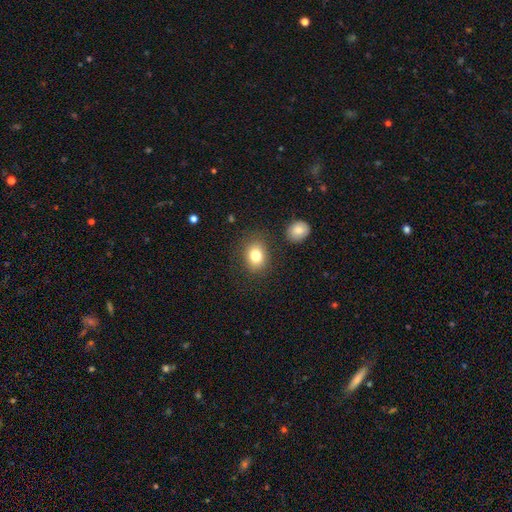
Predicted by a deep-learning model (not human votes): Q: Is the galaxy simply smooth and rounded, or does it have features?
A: smooth — 81%.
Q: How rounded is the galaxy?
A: in between — 51%.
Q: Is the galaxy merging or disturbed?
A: none — 81%.